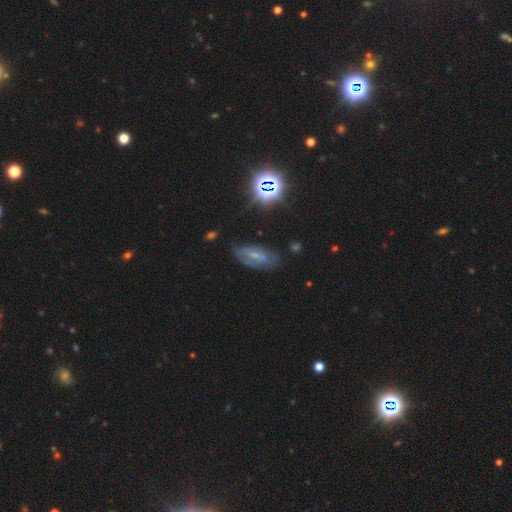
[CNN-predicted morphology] A featured or disk galaxy (50%).

Vote fractions:
- Smooth or featured? featured or disk: 50% / smooth: 31% / star or artifact: 19%
- Edge-on disk? no: 87% / yes: 13%
- Merging? none: 63% / minor disturbance: 24% / major disturbance: 10% / merger: 3%